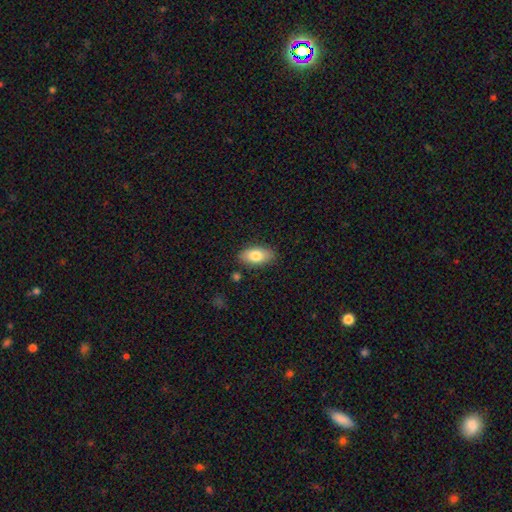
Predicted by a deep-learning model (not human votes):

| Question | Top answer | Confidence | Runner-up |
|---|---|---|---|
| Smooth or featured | smooth | 79% | featured or disk (15%) |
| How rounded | in between | 91% | cigar-shaped (5%) |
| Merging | none | 84% | minor disturbance (11%) |